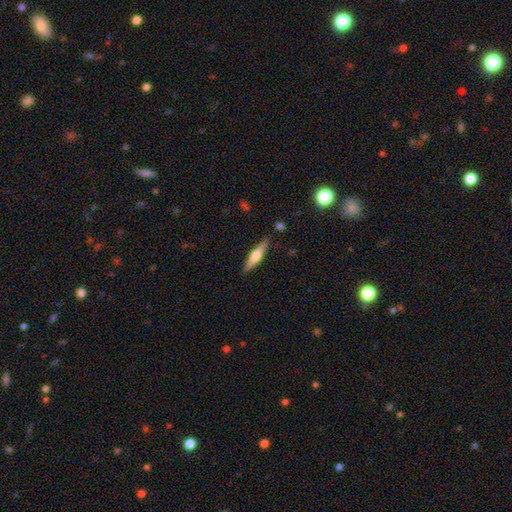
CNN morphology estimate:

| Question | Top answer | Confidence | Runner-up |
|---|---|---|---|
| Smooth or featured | featured or disk | 57% | smooth (38%) |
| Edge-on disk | yes | 96% | no (4%) |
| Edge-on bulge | rounded | 89% | boxy (7%) |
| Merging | none | 87% | minor disturbance (9%) |